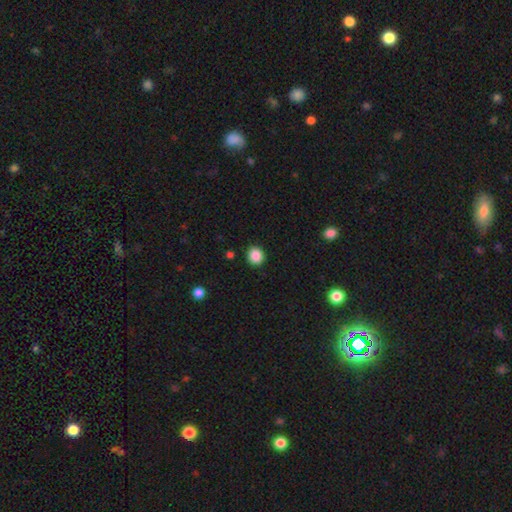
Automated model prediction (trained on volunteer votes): A smooth galaxy with no disk features (88%) that is round (82%). Merging: none (90%).